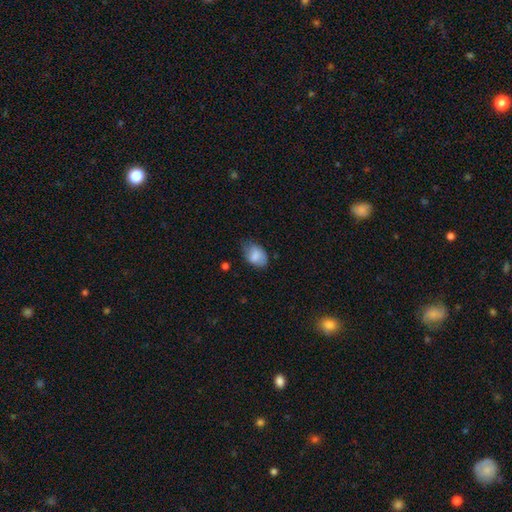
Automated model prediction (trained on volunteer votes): smooth-or-featured: smooth: 79% | featured or disk: 13% | star or artifact: 7%
  how-rounded: in between: 87% | round: 12% | cigar-shaped: 1%
  merging: none: 61% | minor disturbance: 30% | major disturbance: 7% | merger: 2%